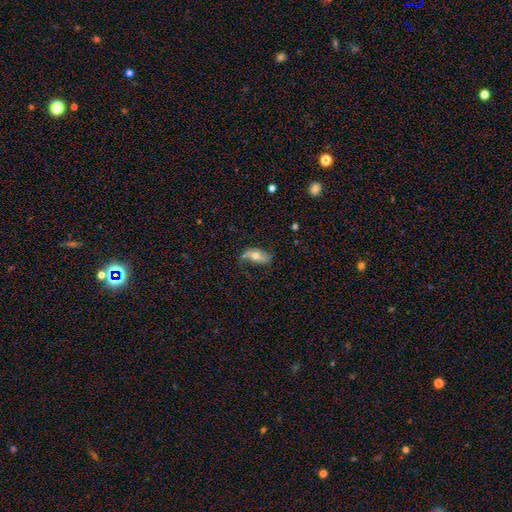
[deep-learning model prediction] Overall: featured or disk (63%; smooth 29%). Edge-on disk: no (86%). Bar: no (59%; weak 24%). Spiral arms: yes (82%). Bulge size: moderate (68%). Merging: none (56%; minor disturbance 26%).